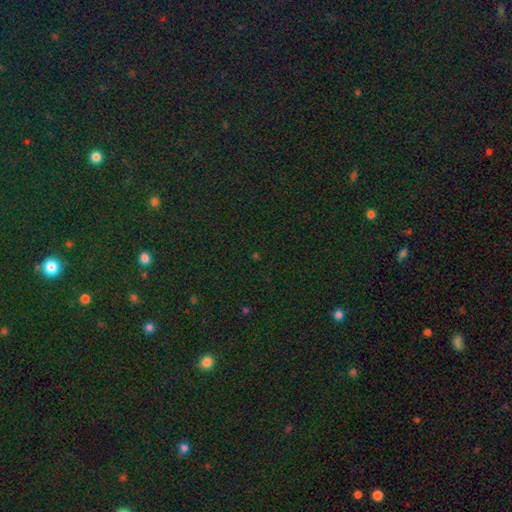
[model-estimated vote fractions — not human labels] smooth_or_featured: star or artifact (p=0.71) [alt: smooth p=0.22]